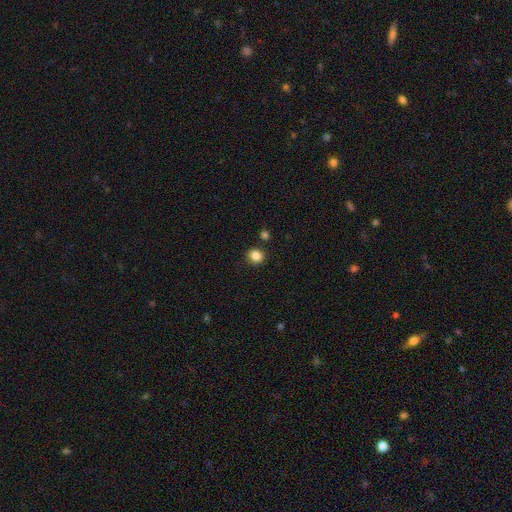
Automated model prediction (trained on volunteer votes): smooth_or_featured: smooth (p=0.86) [alt: star or artifact p=0.11]
how_rounded: round (p=0.74) [alt: in between p=0.25]
merging: none (p=0.86) [alt: minor disturbance p=0.08]